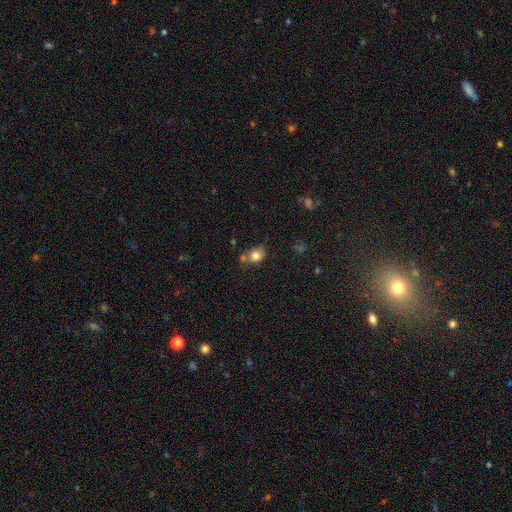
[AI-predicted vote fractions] The model was most divided on "how rounded": round: 55%, in between: 44%, cigar-shaped: 1%. More confident: smooth or featured — smooth (81%); merging — none (58%).